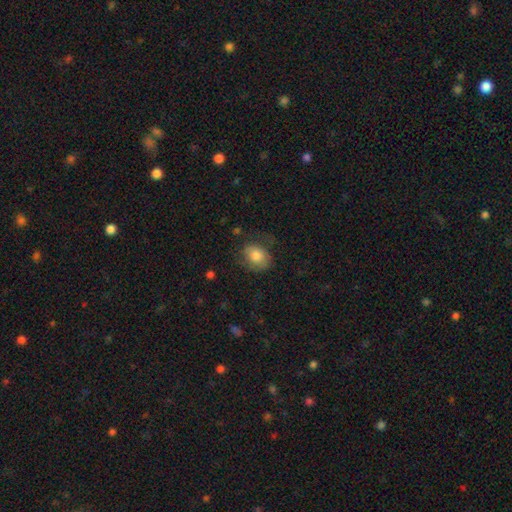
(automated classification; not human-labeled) Smooth or featured?
  - smooth: 77% *
  - featured or disk: 15%
  - star or artifact: 8%
How rounded?
  - in between: 55% *
  - round: 44%
  - cigar-shaped: 1%
Merging?
  - none: 62% *
  - minor disturbance: 24%
  - major disturbance: 12%
  - merger: 2%